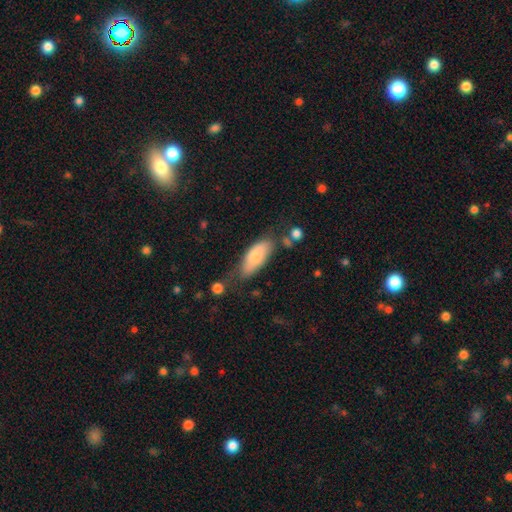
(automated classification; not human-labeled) A smooth galaxy with no disk features (80%) that is in between round and cigar-shaped (76%). Merging: none (55%).